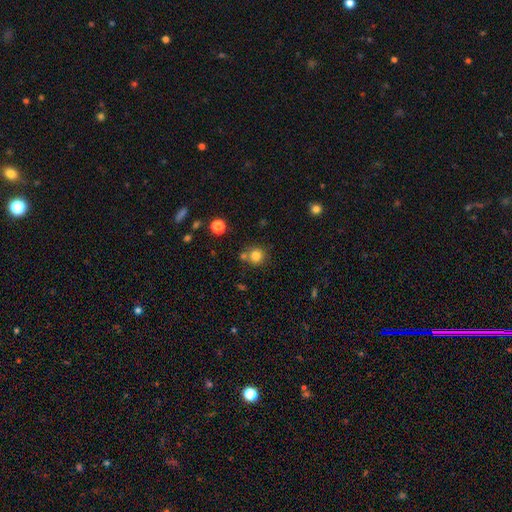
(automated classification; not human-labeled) smooth 81%, star or artifact 13%, featured or disk 7%. Down the decision tree: how rounded — round (91%); merging — none (69%).